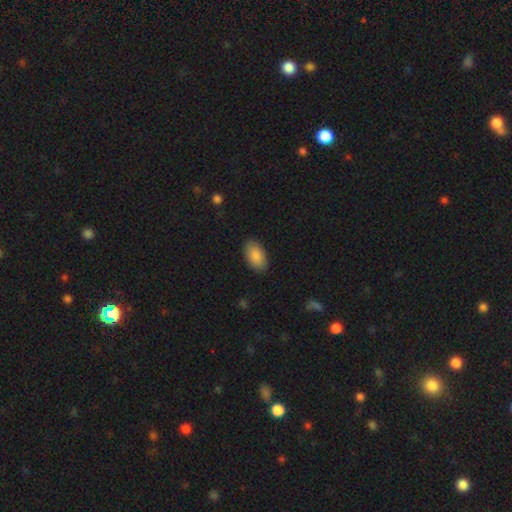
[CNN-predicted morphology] smooth 87%, featured or disk 7%, star or artifact 7%. Down the decision tree: how rounded — in between (94%); merging — none (87%).